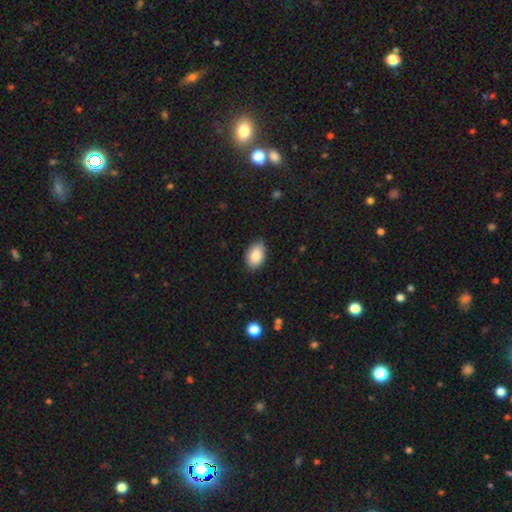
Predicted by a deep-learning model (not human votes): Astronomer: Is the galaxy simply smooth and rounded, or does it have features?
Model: smooth — 88%.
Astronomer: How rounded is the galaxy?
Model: in between — 90%.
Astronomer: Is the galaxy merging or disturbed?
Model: none — 82%.